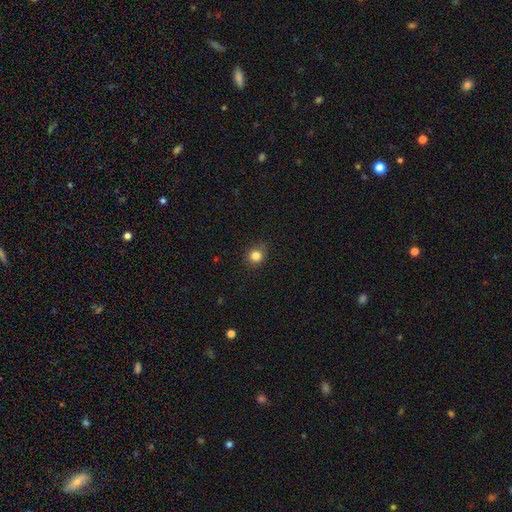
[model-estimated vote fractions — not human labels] The model was most divided on "smooth or featured": smooth: 82%, star or artifact: 12%, featured or disk: 5%. More confident: how rounded — round (85%); merging — none (85%).